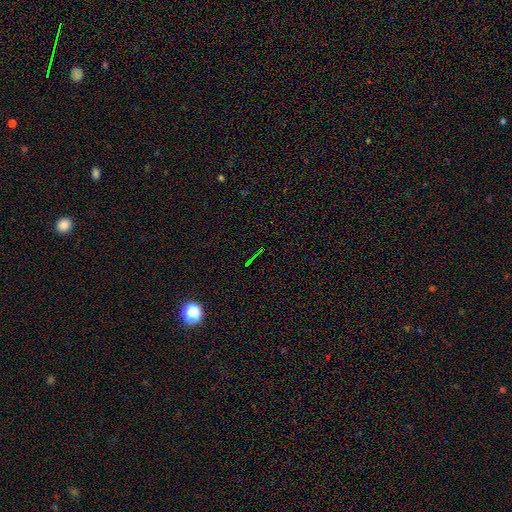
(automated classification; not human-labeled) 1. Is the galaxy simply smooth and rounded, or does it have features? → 75% star or artifact, 13% smooth, 12% featured or disk.